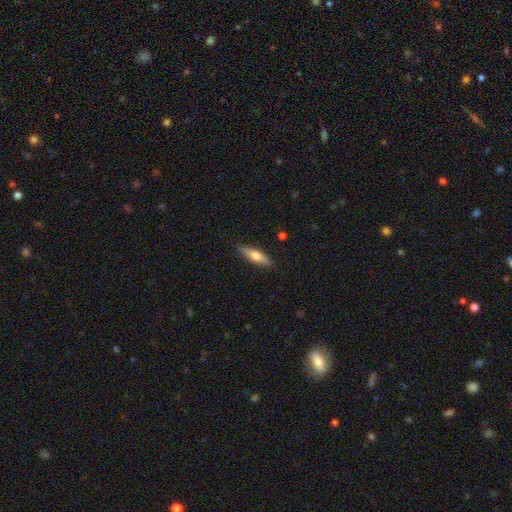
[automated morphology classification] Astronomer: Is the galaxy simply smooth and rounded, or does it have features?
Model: smooth — 67%.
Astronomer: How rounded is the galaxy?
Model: cigar-shaped — 57% (runner-up: in between, 41%).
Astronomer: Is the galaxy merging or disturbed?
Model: none — 86%.